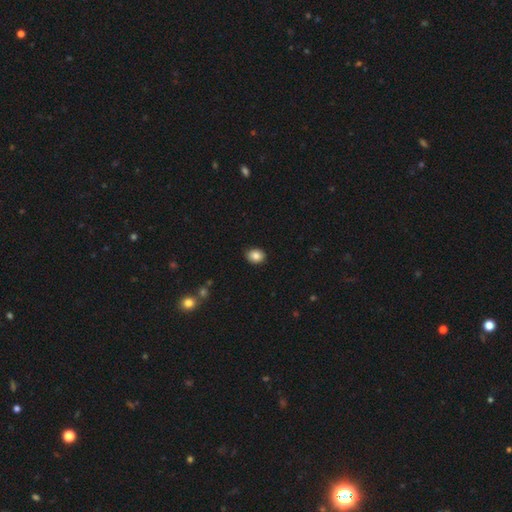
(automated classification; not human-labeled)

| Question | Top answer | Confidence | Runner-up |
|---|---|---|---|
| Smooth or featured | smooth | 86% | star or artifact (9%) |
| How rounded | round | 54% | in between (46%) |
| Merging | none | 89% | minor disturbance (8%) |